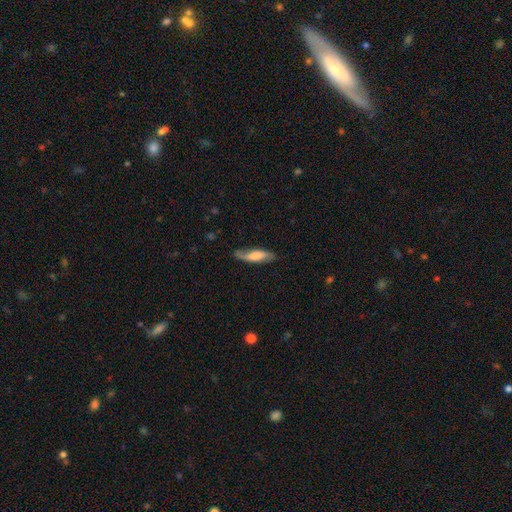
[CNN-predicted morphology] This is possibly a smooth galaxy (50%). Merging: likely none (72%).